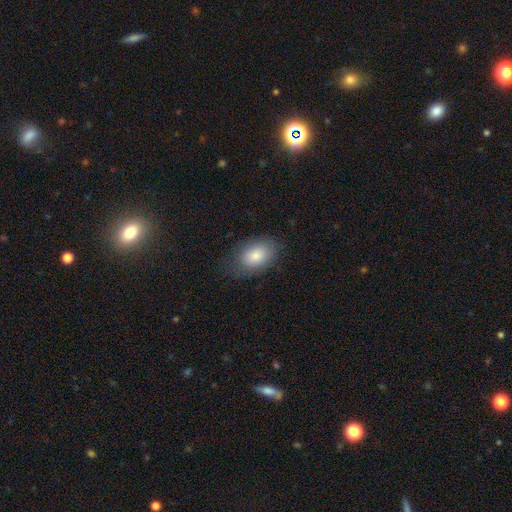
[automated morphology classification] smooth_or_featured: smooth (p=0.82) [alt: featured or disk p=0.11]
how_rounded: in between (p=0.86) [alt: round p=0.12]
merging: none (p=0.74) [alt: minor disturbance p=0.18]